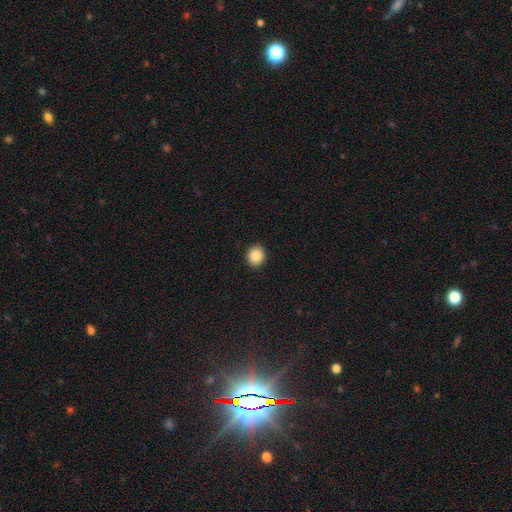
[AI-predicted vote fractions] Smooth or featured? smooth (88%)
How rounded? round (75%)
Merging? none (92%)